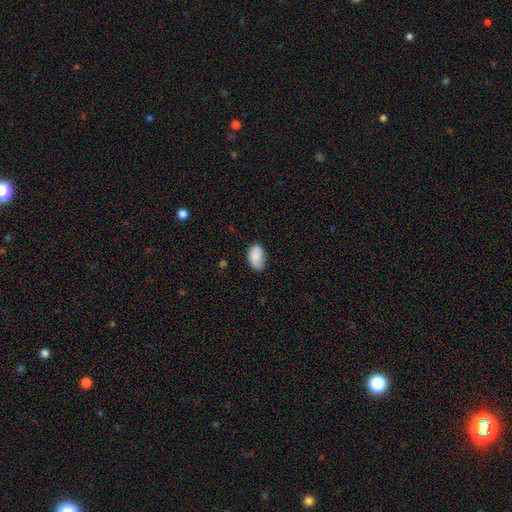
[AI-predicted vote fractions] smooth-or-featured: smooth: 88% | star or artifact: 7% | featured or disk: 6%
  how-rounded: in between: 92% | round: 6% | cigar-shaped: 1%
  merging: none: 72% | minor disturbance: 22% | major disturbance: 4% | merger: 1%